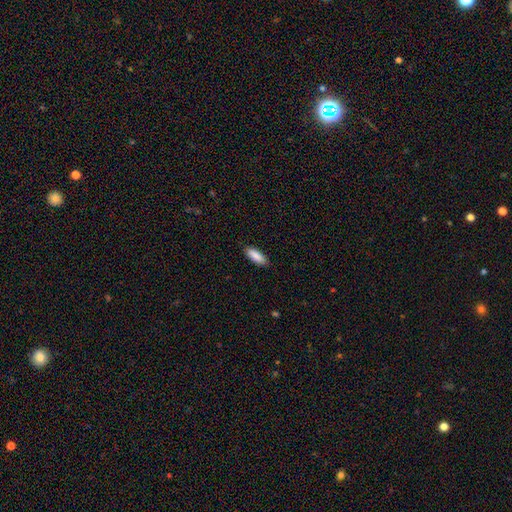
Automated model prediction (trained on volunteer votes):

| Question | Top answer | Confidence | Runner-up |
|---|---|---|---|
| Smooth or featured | smooth | 88% | star or artifact (6%) |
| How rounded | in between | 67% | cigar-shaped (31%) |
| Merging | none | 88% | minor disturbance (9%) |